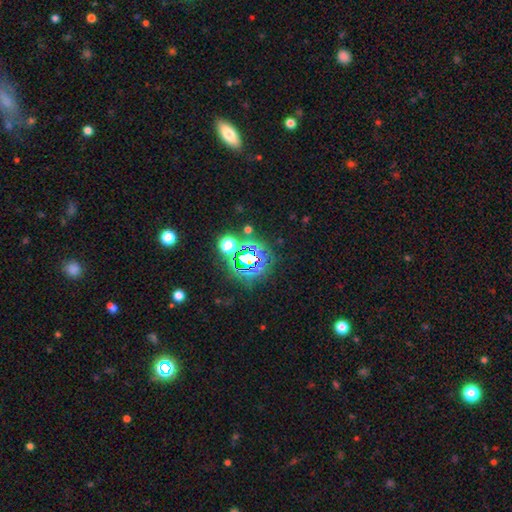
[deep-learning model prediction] This is likely a star or artifact rather than a galaxy (75%).